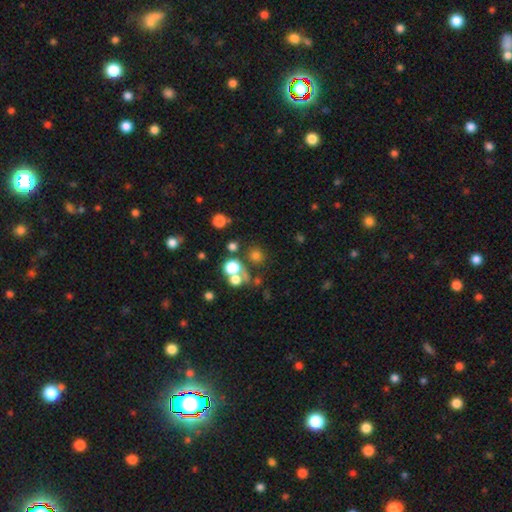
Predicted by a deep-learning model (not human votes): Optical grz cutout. It shows a smooth galaxy with no disk features (69%) that is round (89%). Merging: none (70%).